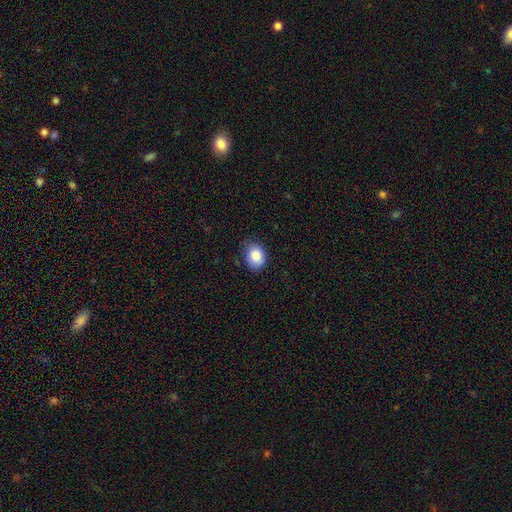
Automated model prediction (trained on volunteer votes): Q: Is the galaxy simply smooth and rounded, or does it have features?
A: smooth — 84%.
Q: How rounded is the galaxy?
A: in between — 56%.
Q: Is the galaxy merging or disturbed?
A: none — 73%.